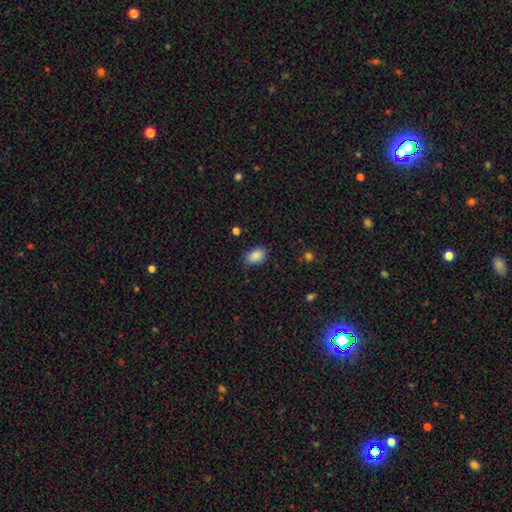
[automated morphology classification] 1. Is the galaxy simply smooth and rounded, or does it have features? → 88% smooth, 8% star or artifact, 4% featured or disk.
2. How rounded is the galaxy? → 87% in between, 12% round, 1% cigar-shaped.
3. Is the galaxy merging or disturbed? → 81% none, 15% minor disturbance, 3% major disturbance, 1% merger.